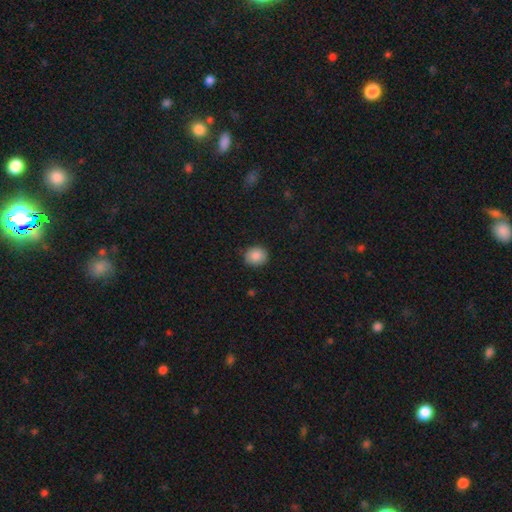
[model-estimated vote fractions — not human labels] Smooth or featured?
  - smooth: 86% *
  - star or artifact: 8%
  - featured or disk: 5%
How rounded?
  - round: 72% *
  - in between: 27%
  - cigar-shaped: 1%
Merging?
  - none: 87% *
  - minor disturbance: 10%
  - major disturbance: 2%
  - merger: 1%